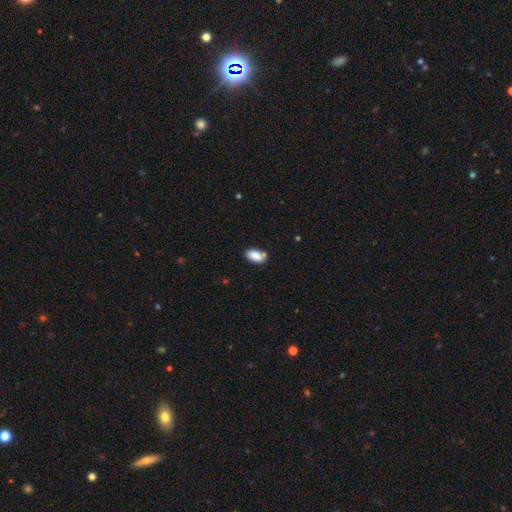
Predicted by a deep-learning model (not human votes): A smooth galaxy with no disk features (86%) that is in between round and cigar-shaped (91%).

Vote fractions:
- Smooth or featured? smooth: 86% / star or artifact: 8% / featured or disk: 6%
- How rounded? in between: 91% / cigar-shaped: 5% / round: 4%
- Merging? none: 70% / minor disturbance: 17% / merger: 9% / major disturbance: 4%